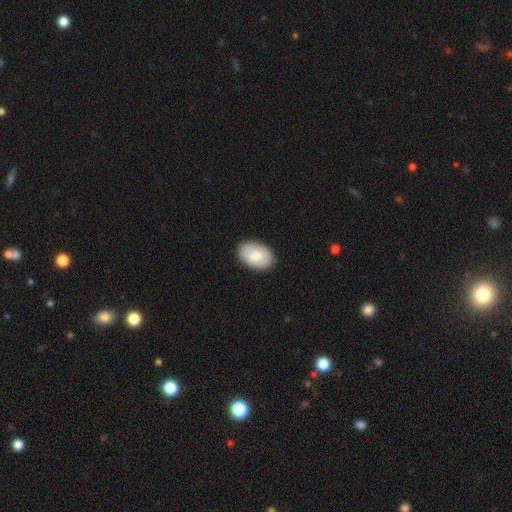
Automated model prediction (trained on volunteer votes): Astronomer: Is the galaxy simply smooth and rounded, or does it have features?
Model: smooth — 83%.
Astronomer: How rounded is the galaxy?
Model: in between — 91%.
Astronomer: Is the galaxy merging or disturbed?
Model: none — 87%.